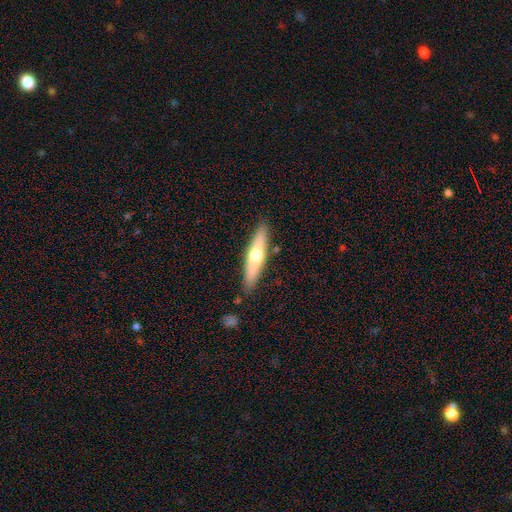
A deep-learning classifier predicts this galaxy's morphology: A smooth galaxy with no disk features (50%).

Vote fractions:
- Smooth or featured? smooth: 50% / featured or disk: 45% / star or artifact: 6%
- Merging? none: 85% / minor disturbance: 10% / merger: 2% / major disturbance: 2%